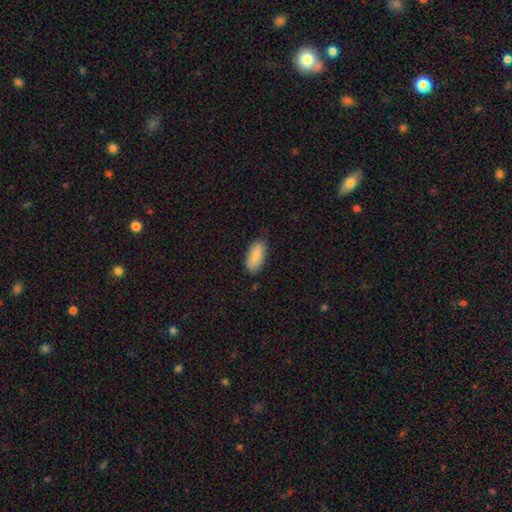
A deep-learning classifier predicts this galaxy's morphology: A smooth galaxy with no disk features (84%) that is in between round and cigar-shaped (90%).

Vote fractions:
- Smooth or featured? smooth: 84% / featured or disk: 10% / star or artifact: 6%
- How rounded? in between: 90% / cigar-shaped: 8% / round: 2%
- Merging? none: 79% / minor disturbance: 17% / major disturbance: 3% / merger: 1%